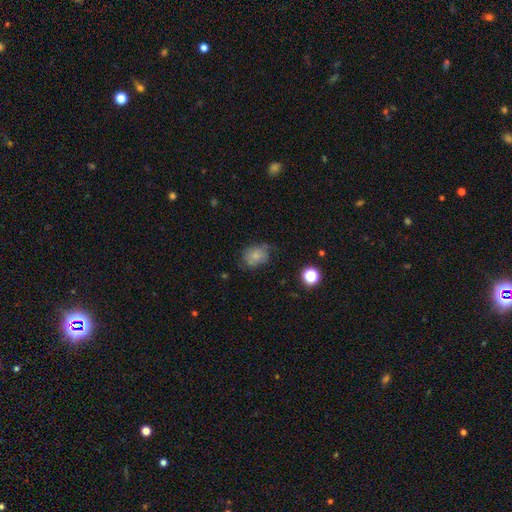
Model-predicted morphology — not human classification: This appears to be a smooth galaxy with no disk features (73%) that is in between round and cigar-shaped (50%). Merging: none (54%).